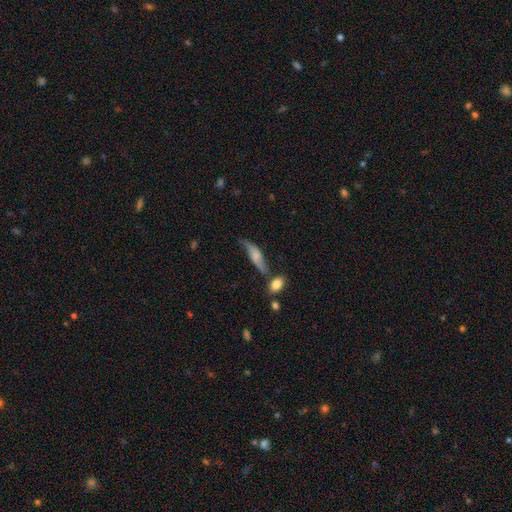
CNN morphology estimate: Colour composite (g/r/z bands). It shows a featured or disk galaxy (49%). Merging: none (50%).